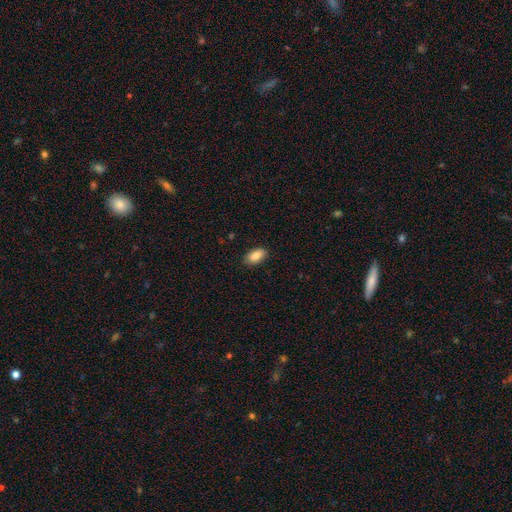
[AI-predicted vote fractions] Q: Smooth or featured?
A: smooth (86%); runner-up: star or artifact (7%)
Q: How rounded?
A: in between (93%); runner-up: round (4%)
Q: Merging?
A: none (87%); runner-up: minor disturbance (10%)